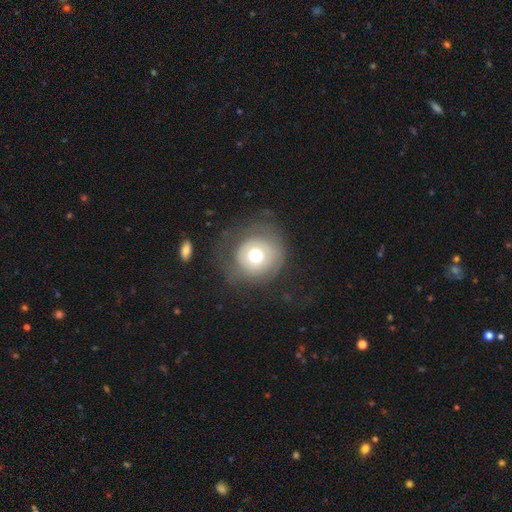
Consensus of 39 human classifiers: Volunteers were most divided on "smooth or featured": smooth: 49%, featured or disk: 38%, star or artifact: 13%. Remaining: how rounded — round (100%); merging — none (47%).